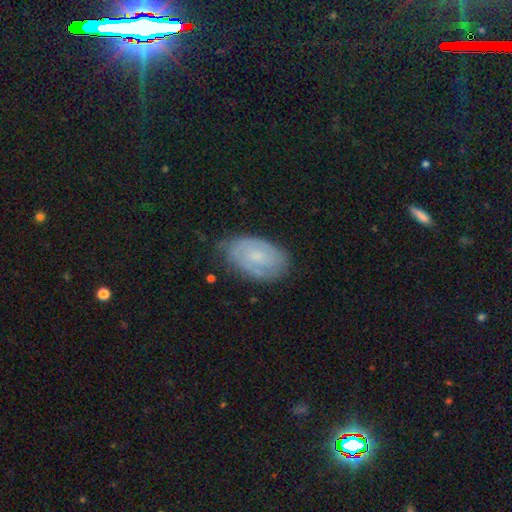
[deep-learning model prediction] The model was most divided on "smooth or featured": featured or disk: 58%, smooth: 33%, star or artifact: 10%. More confident: edge-on disk — no (96%); spiral arms — yes (85%); merging — none (71%); bar — no (61%); bulge size — small (54%).